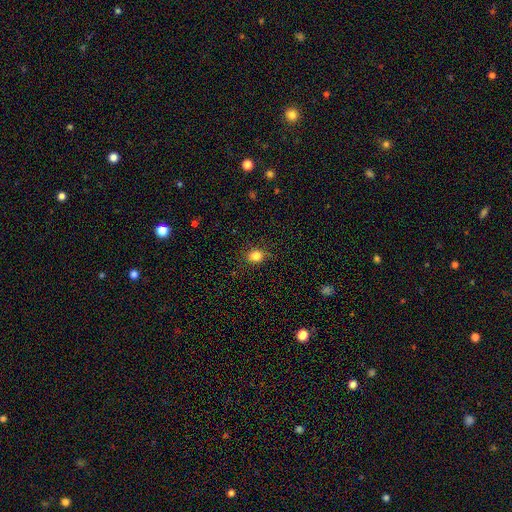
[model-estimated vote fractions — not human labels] Smooth or featured?
  - smooth: 83% *
  - star or artifact: 12%
  - featured or disk: 5%
How rounded?
  - round: 72% *
  - in between: 27%
  - cigar-shaped: 1%
Merging?
  - none: 82% *
  - minor disturbance: 13%
  - major disturbance: 4%
  - merger: 1%